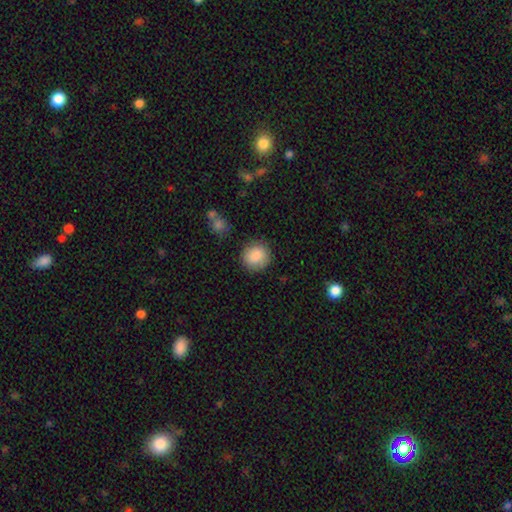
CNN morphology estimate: smooth 87%, star or artifact 8%, featured or disk 6%. Down the decision tree: how rounded — round (87%); merging — none (85%).